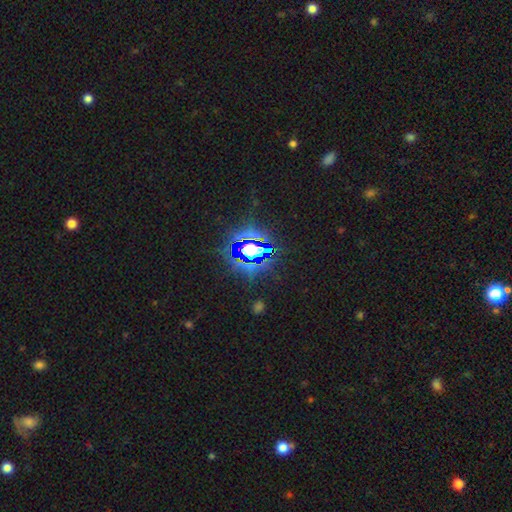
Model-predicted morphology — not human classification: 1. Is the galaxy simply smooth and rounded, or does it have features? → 84% star or artifact, 10% smooth, 6% featured or disk.